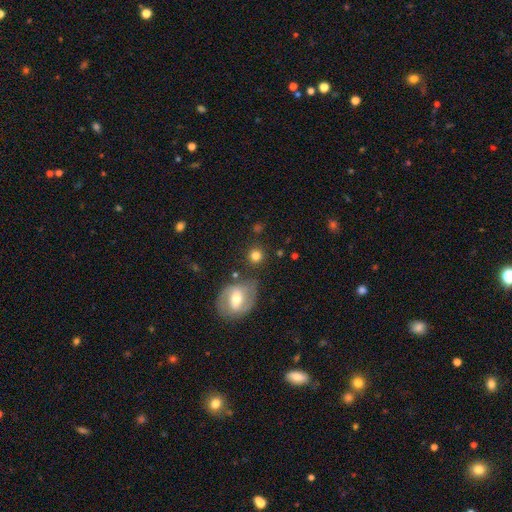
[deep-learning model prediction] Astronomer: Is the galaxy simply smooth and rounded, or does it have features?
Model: smooth — 77%.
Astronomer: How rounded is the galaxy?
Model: round — 91%.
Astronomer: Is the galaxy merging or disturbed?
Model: none — 81%.